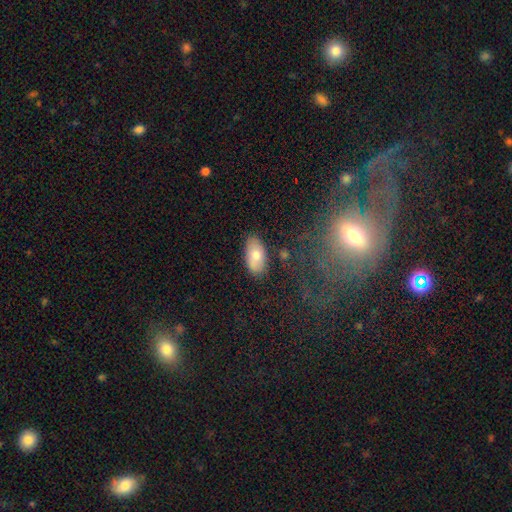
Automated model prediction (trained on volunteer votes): This is likely a smooth galaxy (78%). How rounded: clearly in between (94%). Merging: likely none (79%).